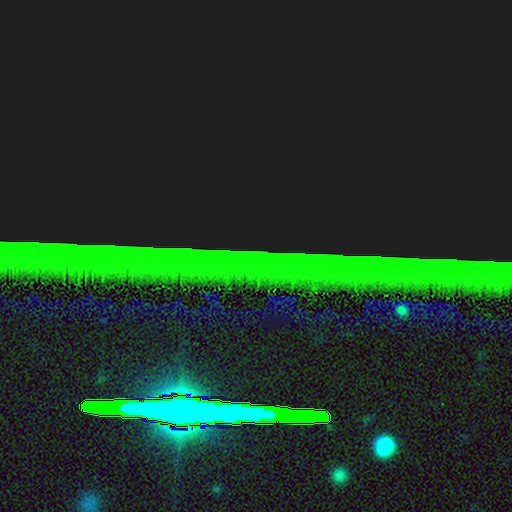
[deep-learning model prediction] Morphology: type=star or artifact (88%).